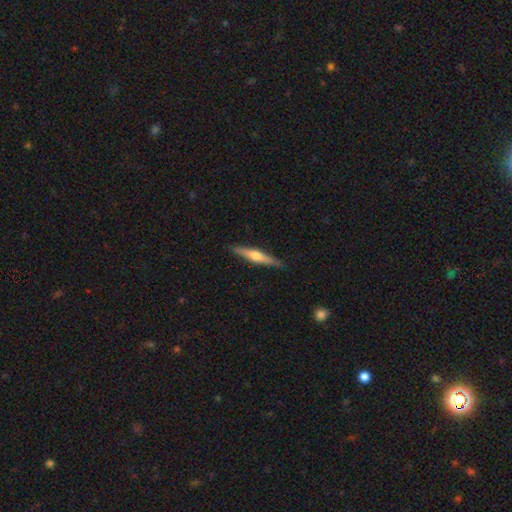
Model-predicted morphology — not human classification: The model was most divided on "smooth or featured": featured or disk: 58%, smooth: 37%, star or artifact: 5%. More confident: edge-on disk — yes (96%); merging — none (88%); edge-on bulge — rounded (88%).